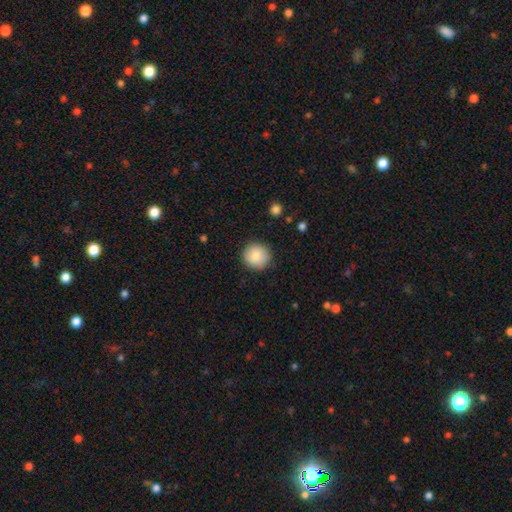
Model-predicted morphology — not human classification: smooth-or-featured: smooth: 85% | star or artifact: 7% | featured or disk: 7%
  how-rounded: round: 94% | in between: 5% | cigar-shaped: 1%
  merging: none: 89% | minor disturbance: 8% | major disturbance: 2% | merger: 1%